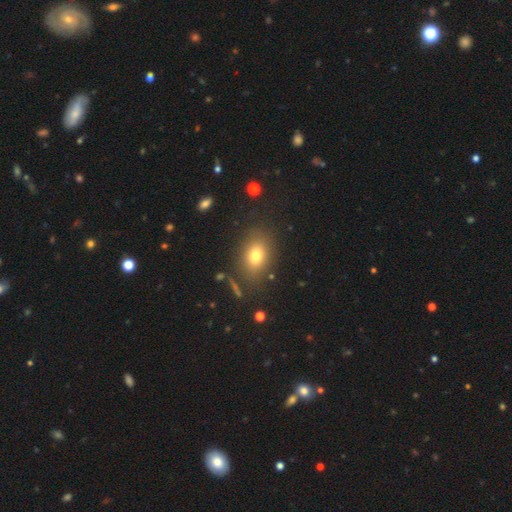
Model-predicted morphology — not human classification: Smooth or featured? Predicted: smooth (p=0.75). How rounded? Predicted: in between (p=0.72). Merging? Predicted: none (p=0.82).